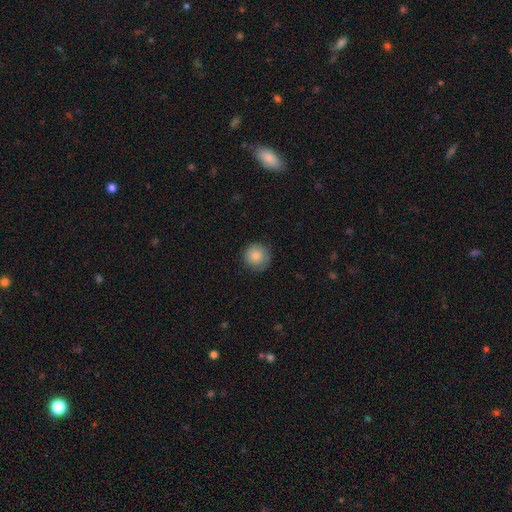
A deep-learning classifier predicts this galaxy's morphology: smooth-or-featured: smooth: 81% | featured or disk: 11% | star or artifact: 8%
  how-rounded: round: 95% | in between: 4% | cigar-shaped: 1%
  merging: none: 83% | minor disturbance: 13% | major disturbance: 3% | merger: 1%